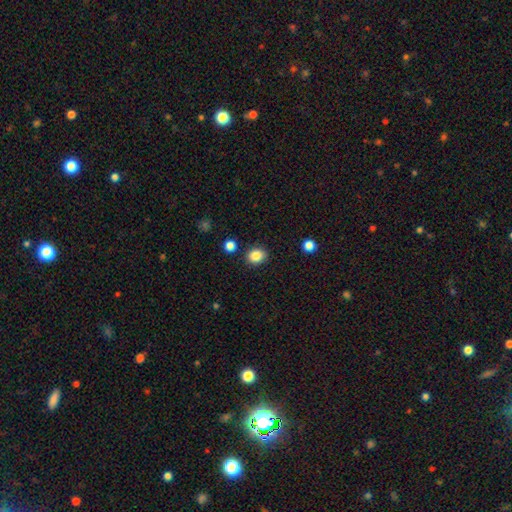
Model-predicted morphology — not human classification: Q: Smooth or featured?
A: smooth (85%); runner-up: star or artifact (10%)
Q: How rounded?
A: round (67%); runner-up: in between (32%)
Q: Merging?
A: none (87%); runner-up: minor disturbance (8%)